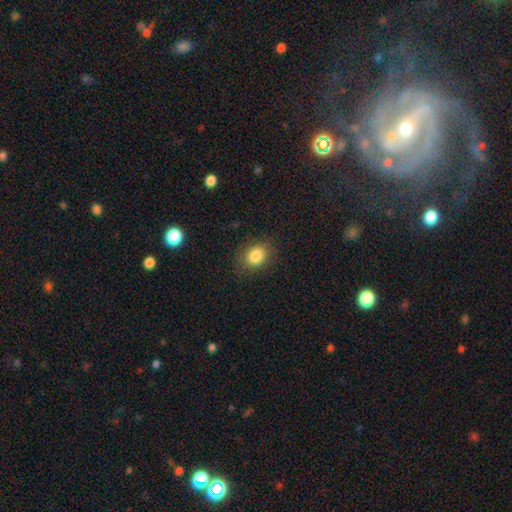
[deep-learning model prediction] Smooth or featured?
  - smooth: 85% *
  - star or artifact: 9%
  - featured or disk: 6%
How rounded?
  - in between: 54% *
  - round: 45%
  - cigar-shaped: 1%
Merging?
  - none: 83% *
  - minor disturbance: 12%
  - major disturbance: 4%
  - merger: 1%